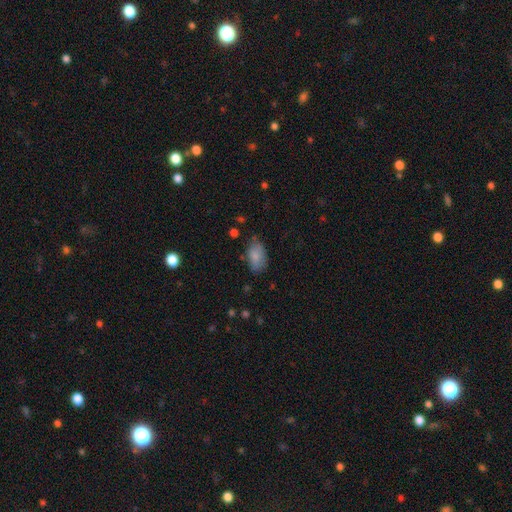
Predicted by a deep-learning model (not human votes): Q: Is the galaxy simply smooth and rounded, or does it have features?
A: smooth — 83%.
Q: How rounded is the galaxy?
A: in between — 92%.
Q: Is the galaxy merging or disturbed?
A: none — 74%.